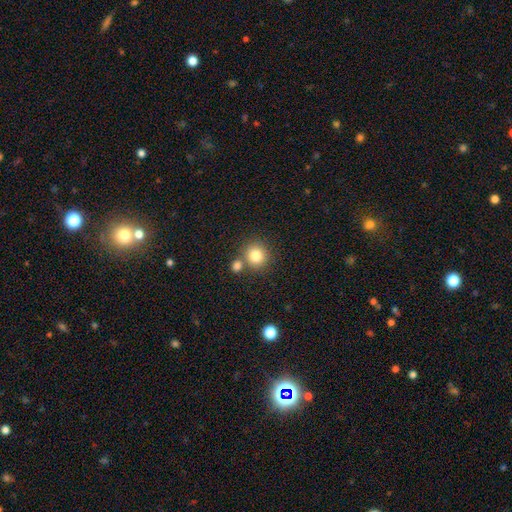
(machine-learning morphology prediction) Overall: smooth (82%). How rounded: round (89%). Merging: none (68%).